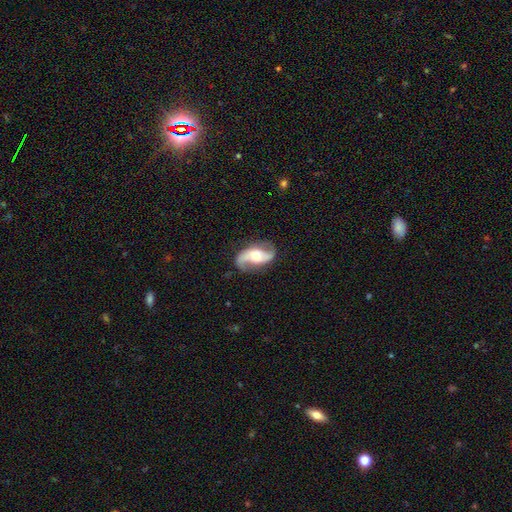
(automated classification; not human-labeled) A featured or disk galaxy (83%) with no bar (44%), 2 (93%) loose (55%) spiral arms (95%) and a moderate central bulge (47%).

Vote fractions:
- Smooth or featured? featured or disk: 83% / smooth: 11% / star or artifact: 5%
- Edge-on disk? no: 96% / yes: 4%
- Bar? no: 44% / weak: 36% / strong: 20%
- Spiral arms? yes: 95% / no: 5%
- Spiral winding? loose: 55% / medium: 35% / tight: 10%
- Spiral arm count? 2: 93% / can't tell: 2% / 1: 2% / 3: 1% / 4: 1% / more than 4: 1%
- Bulge size? moderate: 47% / large: 26% / small: 19% / none: 5% / dominant: 3%
- Merging? none: 77% / minor disturbance: 15% / major disturbance: 7% / merger: 2%